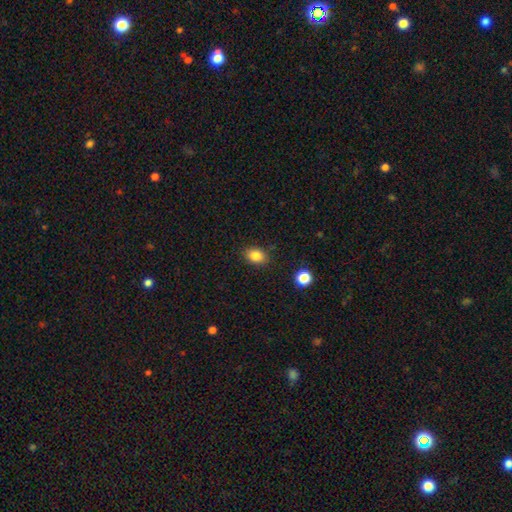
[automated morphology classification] Overall: smooth (84%). How rounded: in between (68%; round 31%). Merging: none (85%).